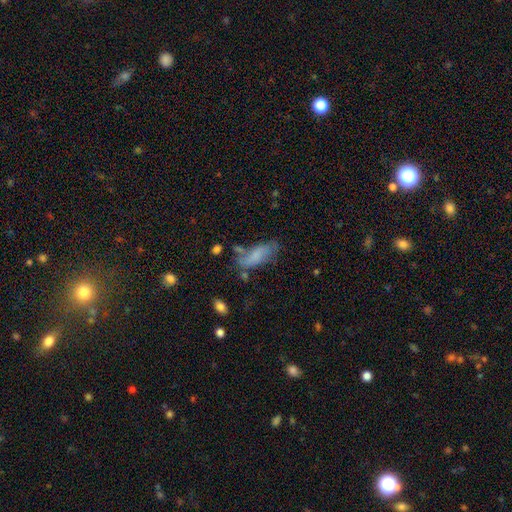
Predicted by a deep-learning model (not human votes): smooth 69%, featured or disk 22%, star or artifact 9%. Down the decision tree: how rounded — in between (74%); merging — none (48%).